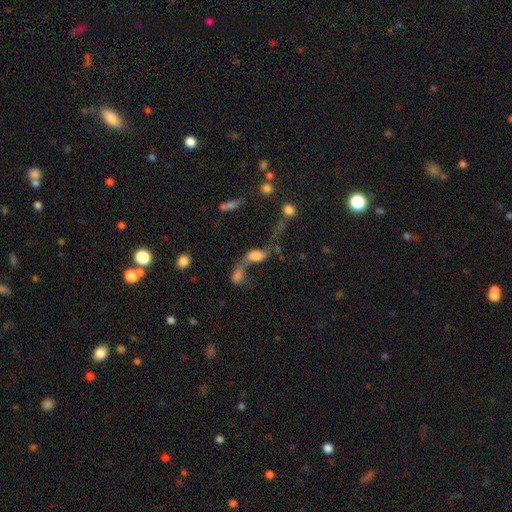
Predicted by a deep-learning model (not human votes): Smooth or featured? smooth (51%)
How rounded? in between (80%)
Merging? merger (60%)